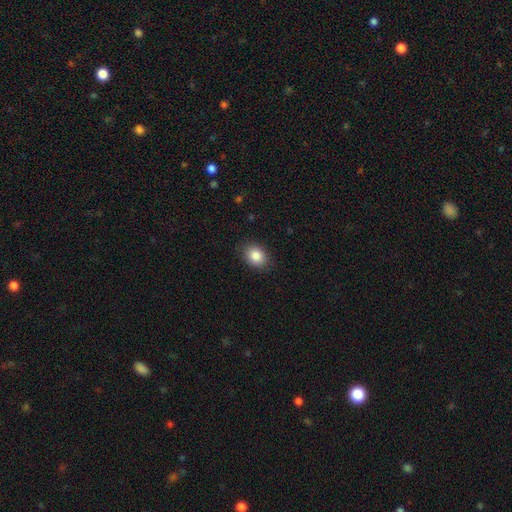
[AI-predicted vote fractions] Smooth or featured: smooth — 86% (star or artifact — 8%)
How rounded: in between — 63% (round — 36%)
Merging: none — 87% (minor disturbance — 10%)